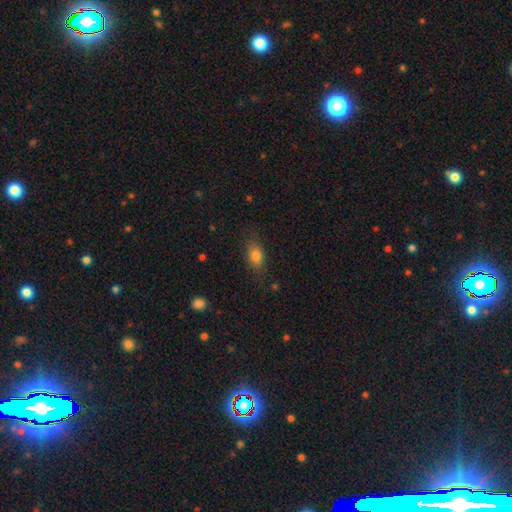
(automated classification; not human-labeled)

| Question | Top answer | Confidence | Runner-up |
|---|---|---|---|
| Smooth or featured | smooth | 78% | featured or disk (12%) |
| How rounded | in between | 76% | round (18%) |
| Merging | none | 77% | minor disturbance (17%) |